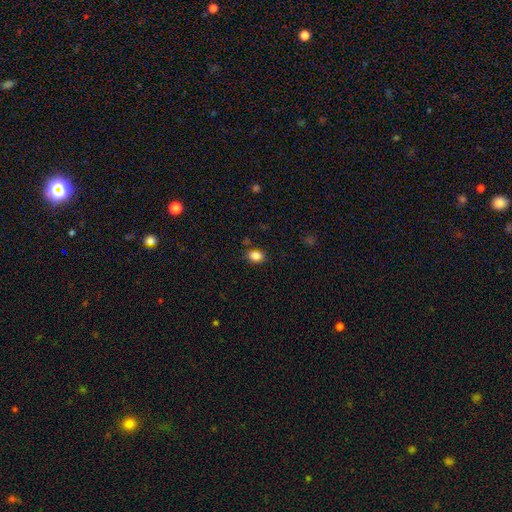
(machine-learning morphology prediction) Smooth or featured? smooth (86%)
How rounded? in between (63%)
Merging? none (81%)